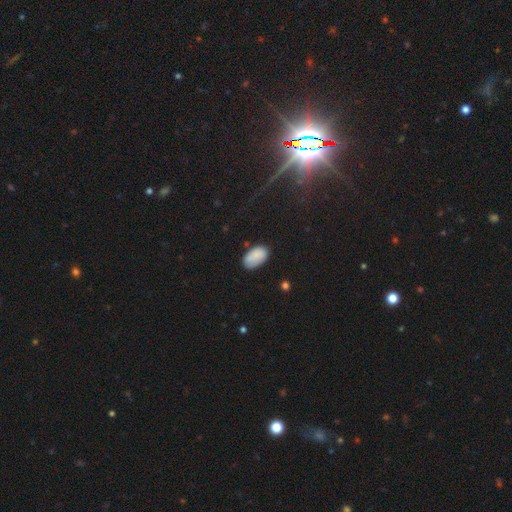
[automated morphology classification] A smooth galaxy with no disk features (85%) that is in between round and cigar-shaped (94%). Merging: none (72%).